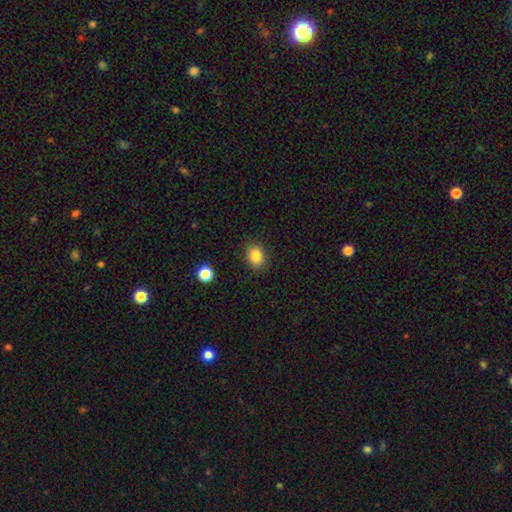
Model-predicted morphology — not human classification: Q: Smooth or featured?
A: smooth (83%); runner-up: star or artifact (10%)
Q: How rounded?
A: in between (50%); runner-up: round (49%)
Q: Merging?
A: none (88%); runner-up: minor disturbance (9%)